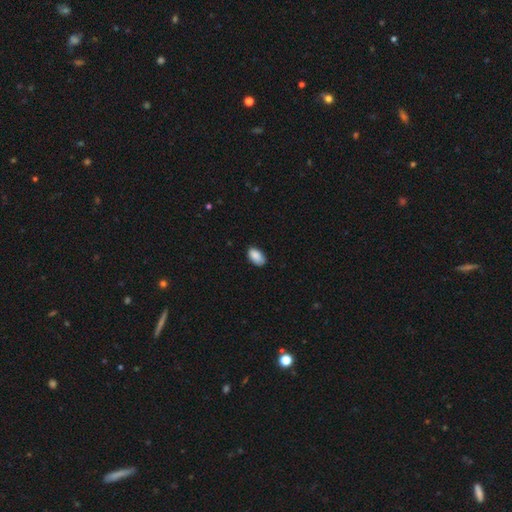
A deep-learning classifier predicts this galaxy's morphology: smooth 89%, star or artifact 7%, featured or disk 4%. Down the decision tree: how rounded — in between (94%); merging — none (81%).